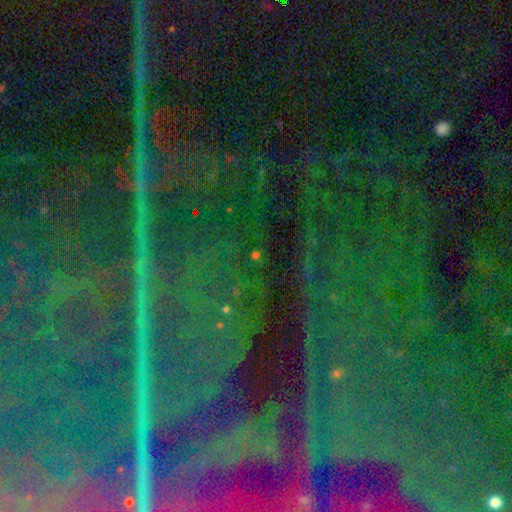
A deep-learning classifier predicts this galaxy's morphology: smooth_or_featured: star or artifact (p=0.75) [alt: smooth p=0.15]